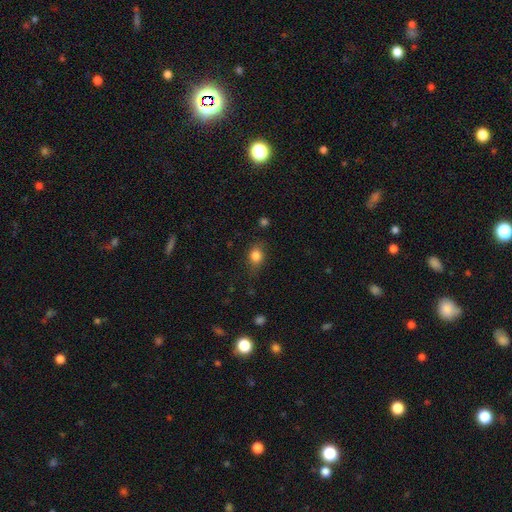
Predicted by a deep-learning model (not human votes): Smooth or featured? Predicted: smooth (p=0.82). How rounded? Predicted: in between (p=0.52). Merging? Predicted: none (p=0.72).